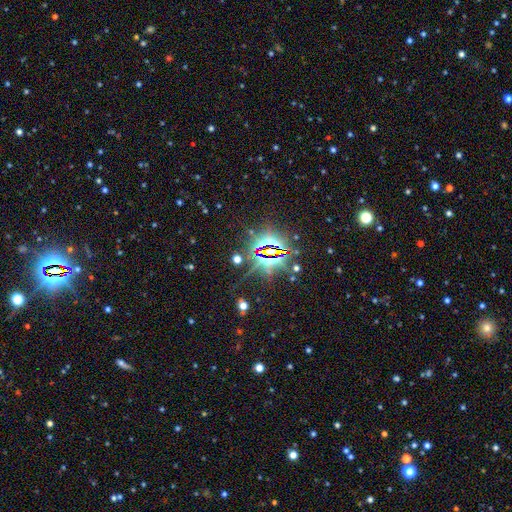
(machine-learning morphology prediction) A star or artifact, not a galaxy (85%).